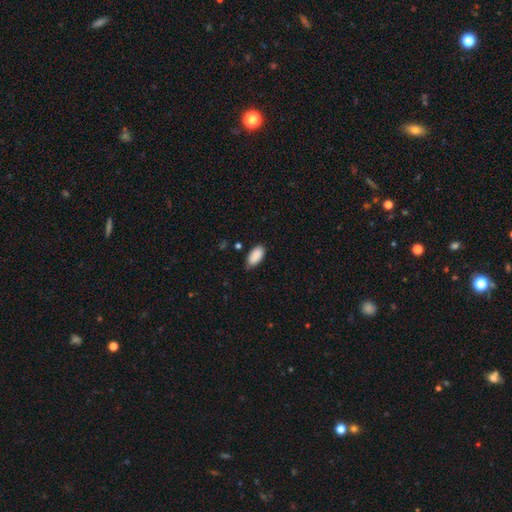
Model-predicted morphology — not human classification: Smooth or featured? Predicted: smooth (p=0.90). How rounded? Predicted: in between (p=0.94). Merging? Predicted: none (p=0.75).